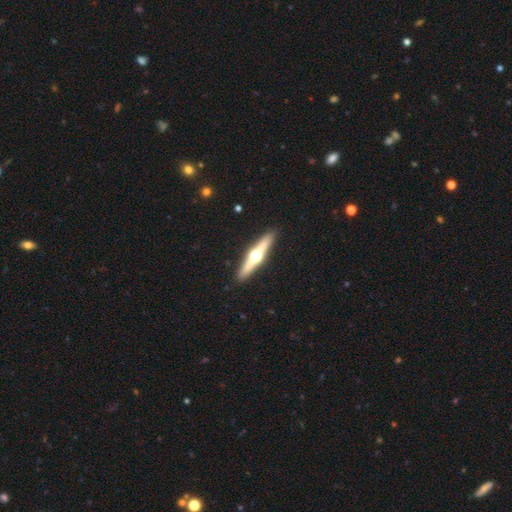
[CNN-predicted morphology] Smooth or featured? Predicted: featured or disk (p=0.73). Edge-on disk? Predicted: yes (p=0.97). Edge-on bulge? Predicted: rounded (p=0.96). Merging? Predicted: none (p=0.92).